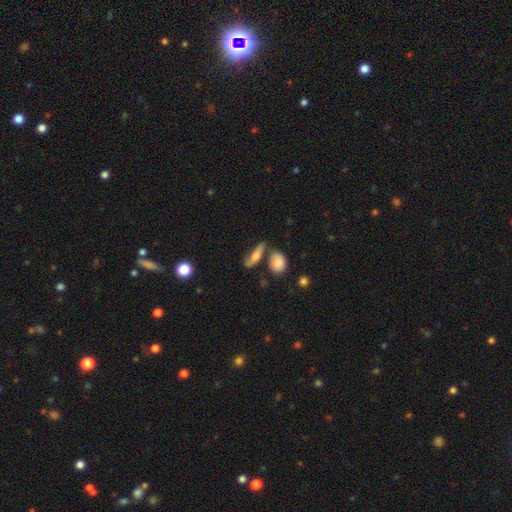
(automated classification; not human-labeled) A smooth galaxy with no disk features (59%) that is cigar-shaped (50%).

Vote fractions:
- Smooth or featured? smooth: 59% / featured or disk: 32% / star or artifact: 9%
- How rounded? cigar-shaped: 50% / in between: 44% / round: 6%
- Merging? none: 59% / minor disturbance: 19% / merger: 15% / major disturbance: 7%